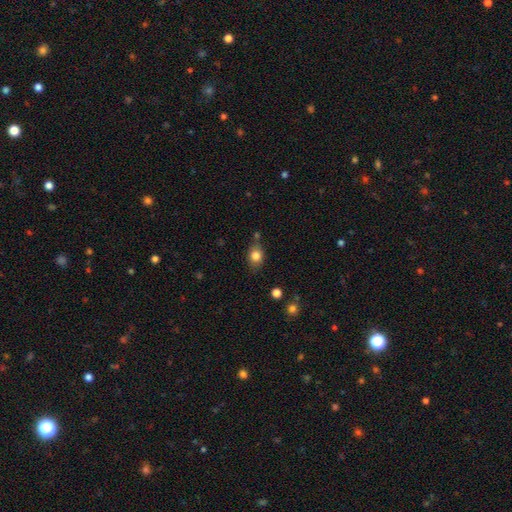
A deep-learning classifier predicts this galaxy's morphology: This appears to be a smooth galaxy with no disk features (81%) that is in between round and cigar-shaped (61%). Merging: none (70%).